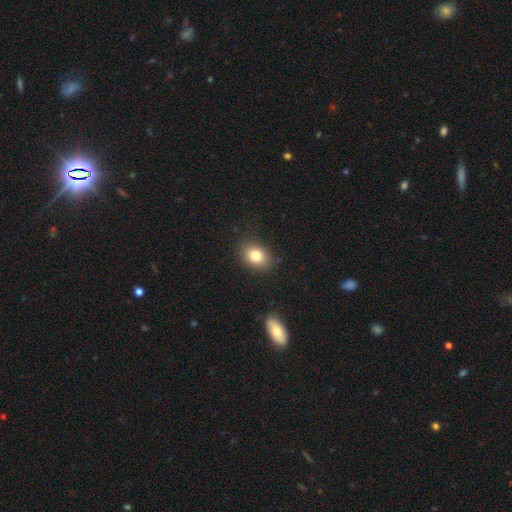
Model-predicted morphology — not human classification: Smooth or featured? smooth (80%)
How rounded? in between (64%)
Merging? none (85%)